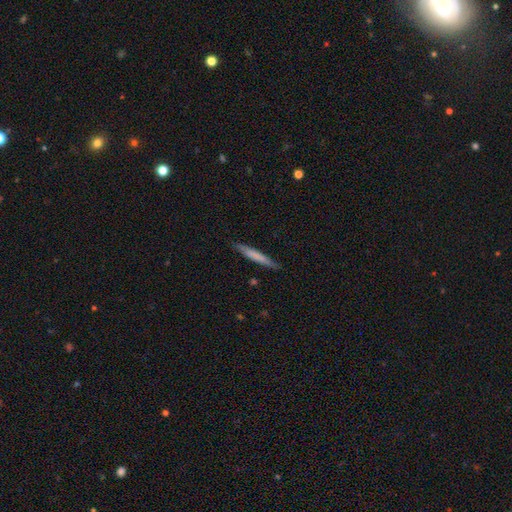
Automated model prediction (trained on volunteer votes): Smooth or featured? Predicted: smooth (p=0.63). How rounded? Predicted: cigar-shaped (p=0.96). Merging? Predicted: none (p=0.87).